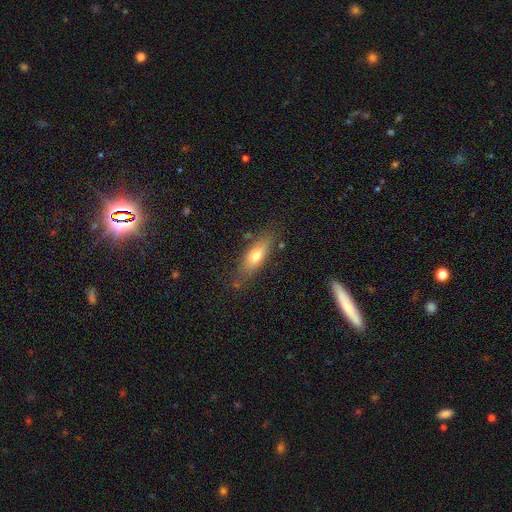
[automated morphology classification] A smooth galaxy with no disk features (61%) that is in between round and cigar-shaped (55%). Merging: none (75%).